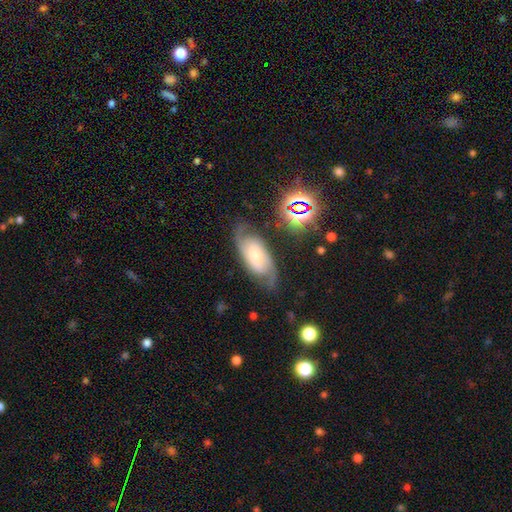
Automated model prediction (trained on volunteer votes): A featured or disk galaxy (70%) with no bar (44%), 2 (83%) medium (47%) spiral arms (94%) and a small central bulge (48%).

Vote fractions:
- Smooth or featured? featured or disk: 70% / smooth: 20% / star or artifact: 10%
- Edge-on disk? no: 93% / yes: 7%
- Bar? no: 44% / weak: 40% / strong: 16%
- Spiral arms? yes: 94% / no: 6%
- Spiral winding? medium: 47% / tight: 31% / loose: 22%
- Spiral arm count? 2: 83% / can't tell: 10% / 3: 2% / 1: 2% / 4: 1% / more than 4: 1%
- Bulge size? small: 48% / moderate: 35% / large: 8% / none: 6% / dominant: 3%
- Merging? none: 70% / minor disturbance: 19% / major disturbance: 9% / merger: 3%